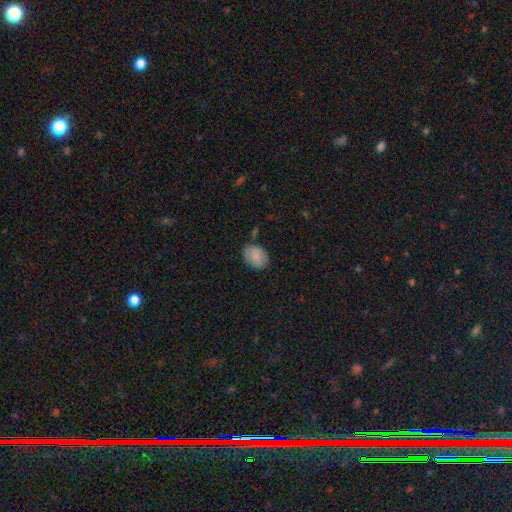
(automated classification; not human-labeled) Smooth or featured? smooth (84%)
How rounded? in between (70%)
Merging? none (73%)